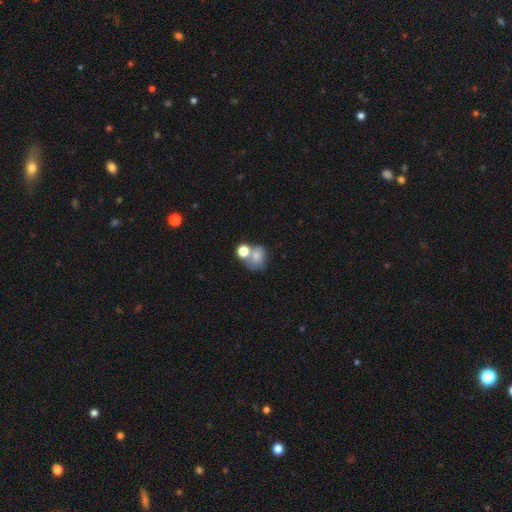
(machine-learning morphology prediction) A smooth galaxy with no disk features (73%) that is round (60%). Merging: merger (47%).